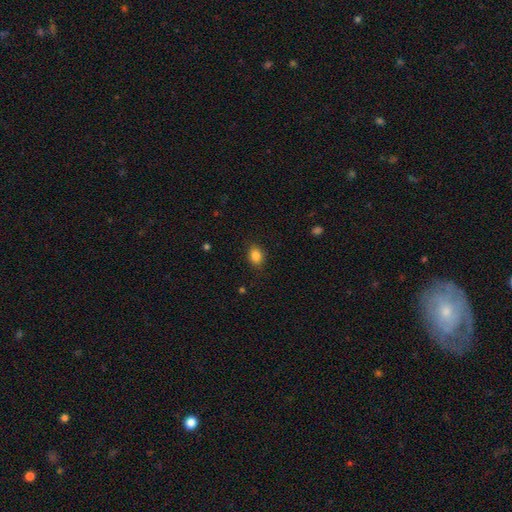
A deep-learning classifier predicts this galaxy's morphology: type=smooth (85%); roundness=in between (62%); merging=none (86%).